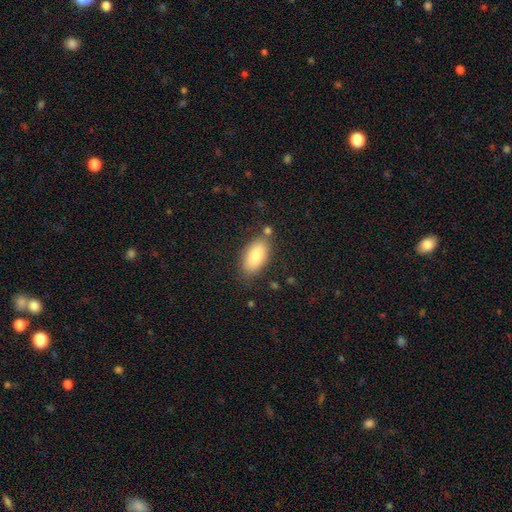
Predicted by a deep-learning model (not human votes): smooth_or_featured: smooth (p=0.82) [alt: featured or disk p=0.11]
how_rounded: in between (p=0.92) [alt: cigar-shaped p=0.05]
merging: none (p=0.76) [alt: minor disturbance p=0.14]